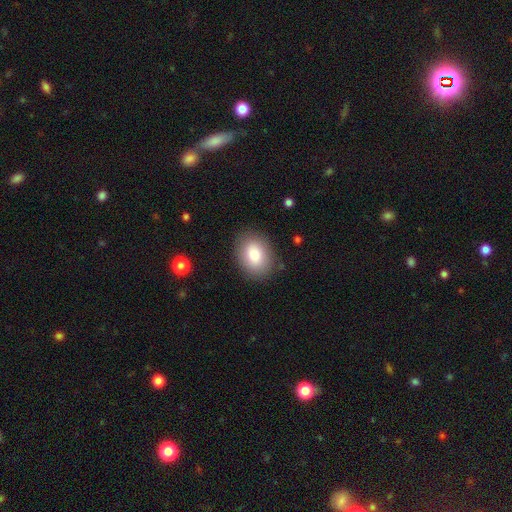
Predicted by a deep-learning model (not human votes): A smooth galaxy with no disk features (80%) that is in between round and cigar-shaped (64%). Merging: none (85%).